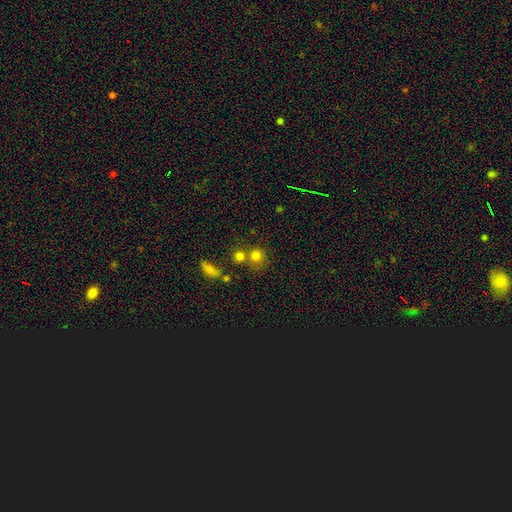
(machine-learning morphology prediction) type=smooth (75%); roundness=round (86%); merging=none (54%).